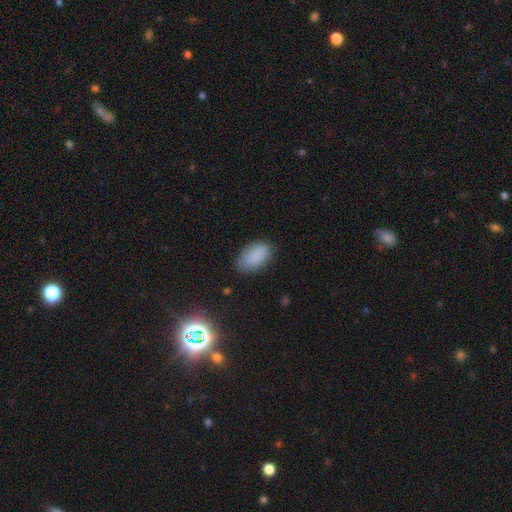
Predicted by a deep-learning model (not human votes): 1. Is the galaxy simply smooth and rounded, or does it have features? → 86% smooth, 9% star or artifact, 6% featured or disk.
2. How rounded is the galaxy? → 93% in between, 5% round, 2% cigar-shaped.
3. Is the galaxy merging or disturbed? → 78% none, 16% minor disturbance, 4% major disturbance, 1% merger.